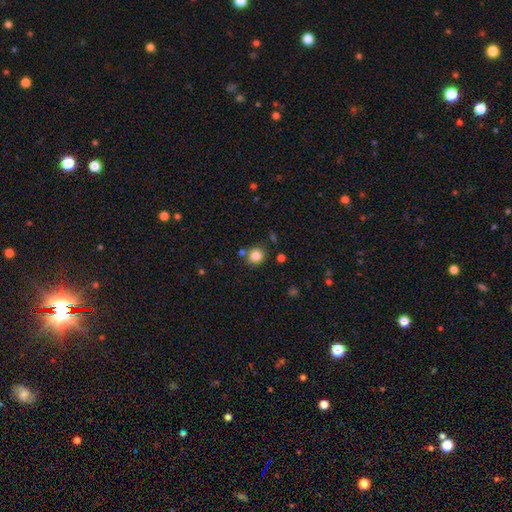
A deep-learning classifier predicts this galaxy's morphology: type=smooth (83%); roundness=round (86%); merging=none (79%).